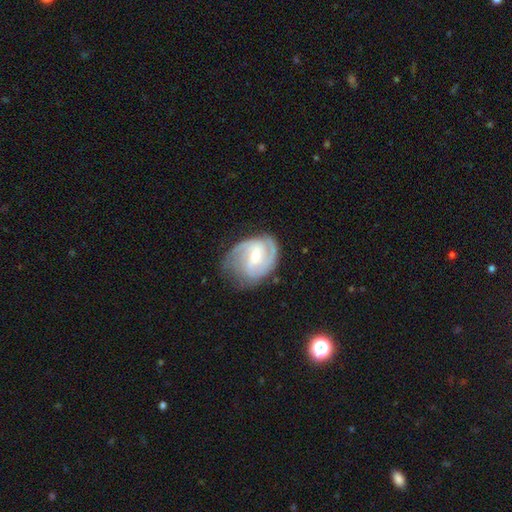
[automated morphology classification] Overall: featured or disk (84%). Edge-on disk: no (97%). Bar: weak (55%; strong 25%). Spiral arms: yes (96%). Spiral arm count: 2 (54%; 3 20%). Spiral winding: tight (45%; medium 43%). Bulge size: moderate (49%; small 45%). Merging: none (61%; minor disturbance 25%).